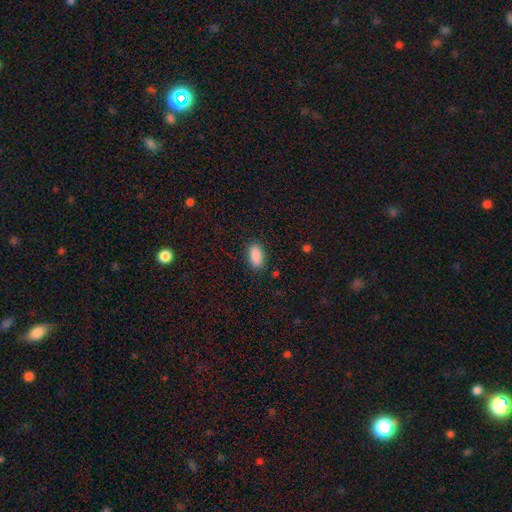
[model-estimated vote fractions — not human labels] This is clearly a smooth galaxy (88%). How rounded: clearly in between (90%). Merging: clearly none (86%).